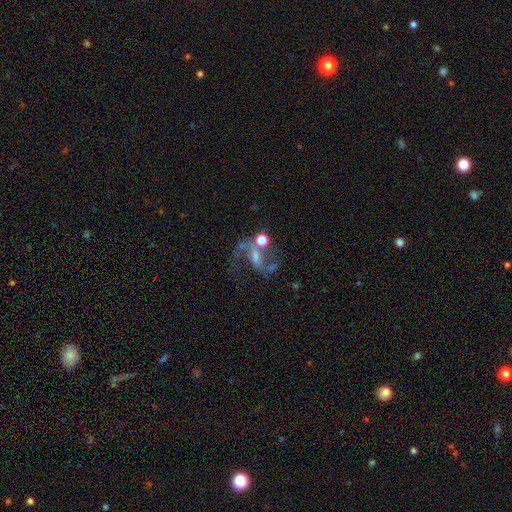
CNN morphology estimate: Smooth or featured? Predicted: featured or disk (p=0.73). Edge-on disk? Predicted: no (p=0.96). Bar? Predicted: weak (p=0.44). Spiral arms? Predicted: yes (p=0.86). Spiral winding? Predicted: loose (p=0.59). Spiral arm count? Predicted: 2 (p=0.81). Bulge size? Predicted: small (p=0.41). Merging? Predicted: none (p=0.43).